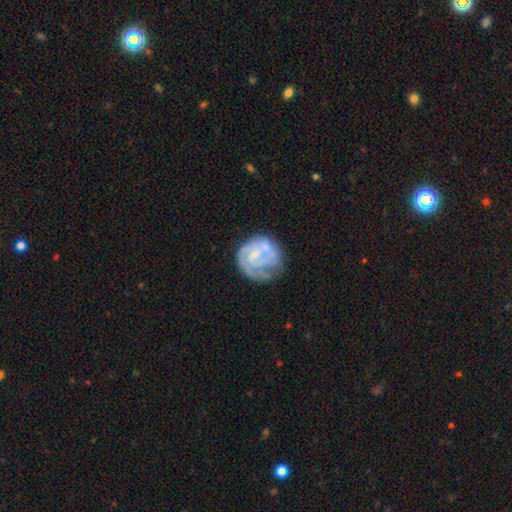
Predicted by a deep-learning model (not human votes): Smooth or featured? featured or disk (70%)
Edge-on disk? no (98%)
Bar? no (54%)
Spiral arms? yes (69%)
Bulge size? none (47%)
Merging? none (48%)